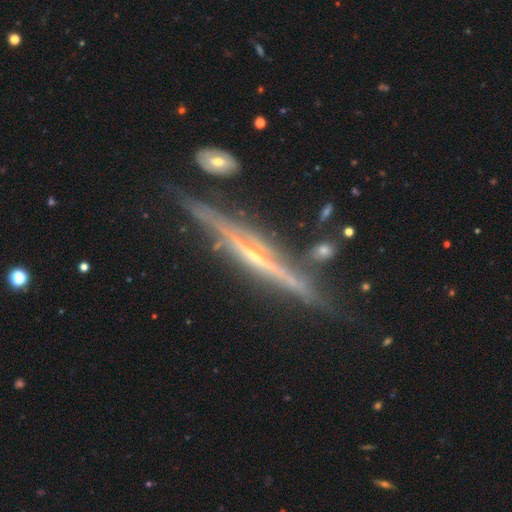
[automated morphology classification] Smooth or featured: featured or disk — 87% (smooth — 7%)
Edge-on disk: yes — 97% (no — 3%)
Edge-on bulge: rounded — 54% (none — 39%)
Merging: none — 78% (minor disturbance — 13%)